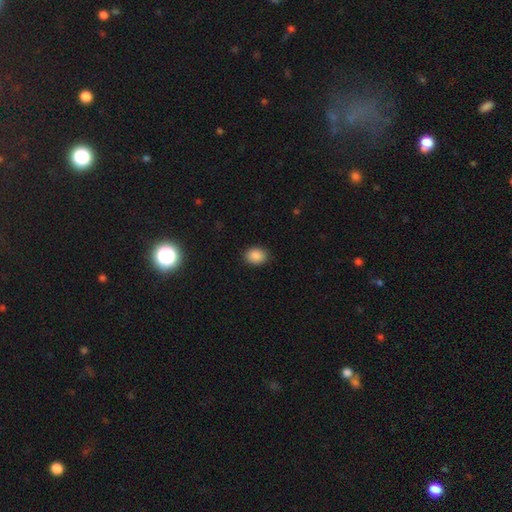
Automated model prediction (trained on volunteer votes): smooth_or_featured: smooth (p=0.88) [alt: star or artifact p=0.09]
how_rounded: in between (p=0.60) [alt: round p=0.39]
merging: none (p=0.89) [alt: minor disturbance p=0.08]